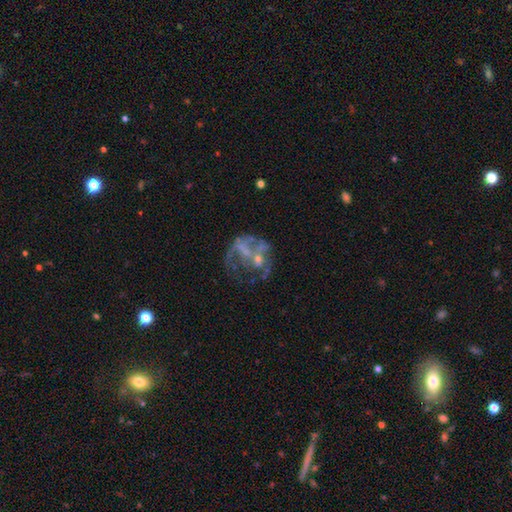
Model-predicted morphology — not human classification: type=featured or disk (65%); edge-on=no (98%); bar=no (78%); spiral arms=no (78%); bulge=none (49%); merging=major disturbance (39%).